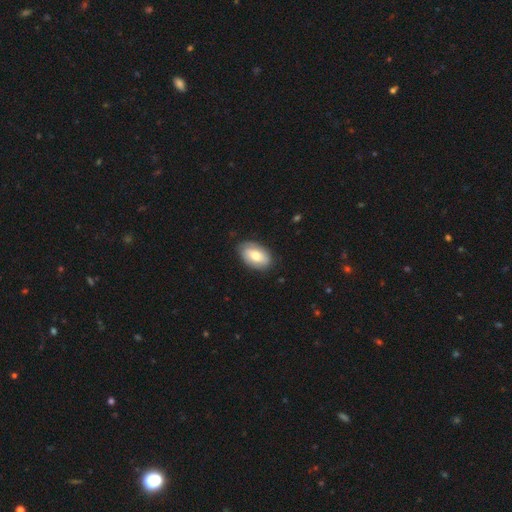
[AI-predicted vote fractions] smooth 66%, featured or disk 28%, star or artifact 6%. Down the decision tree: how rounded — in between (92%); merging — none (81%).